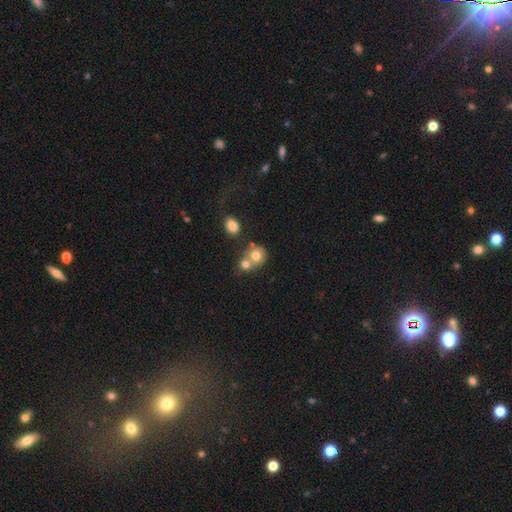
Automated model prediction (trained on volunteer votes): A smooth galaxy with no disk features (74%) that is round (75%).

Vote fractions:
- Smooth or featured? smooth: 74% / featured or disk: 15% / star or artifact: 11%
- How rounded? round: 75% / in between: 24% / cigar-shaped: 1%
- Merging? merger: 52% / none: 37% / minor disturbance: 8% / major disturbance: 3%